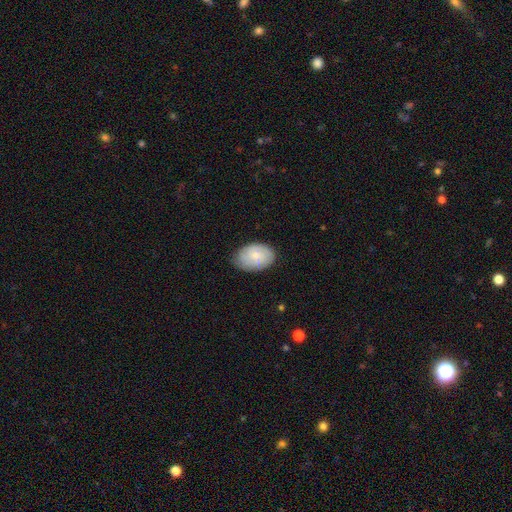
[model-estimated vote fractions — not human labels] Smooth or featured? smooth (68%)
How rounded? in between (86%)
Merging? none (72%)